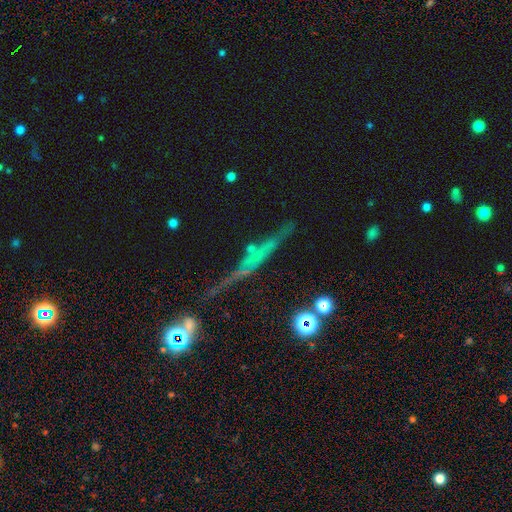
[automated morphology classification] Q: Smooth or featured?
A: featured or disk (48%); runner-up: star or artifact (26%)
Q: Merging?
A: none (65%); runner-up: minor disturbance (18%)